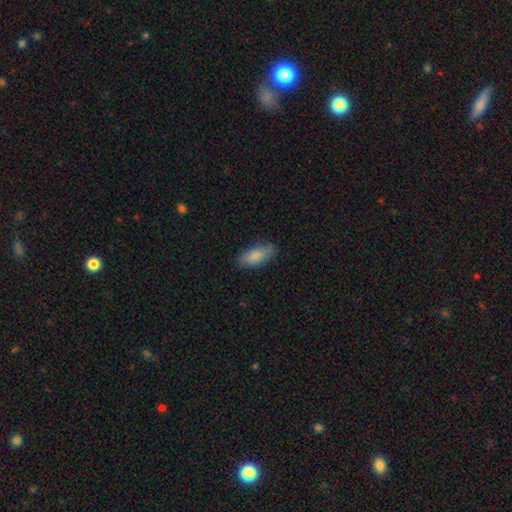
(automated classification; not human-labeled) Smooth or featured? Predicted: smooth (p=0.85). How rounded? Predicted: in between (p=0.85). Merging? Predicted: none (p=0.81).